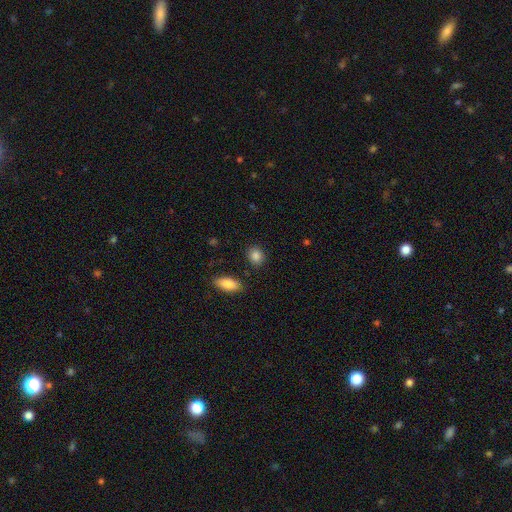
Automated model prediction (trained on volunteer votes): A smooth galaxy with no disk features (87%) that is round (66%).

Vote fractions:
- Smooth or featured? smooth: 87% / star or artifact: 9% / featured or disk: 4%
- How rounded? round: 66% / in between: 32% / cigar-shaped: 2%
- Merging? none: 86% / minor disturbance: 9% / merger: 3% / major disturbance: 3%